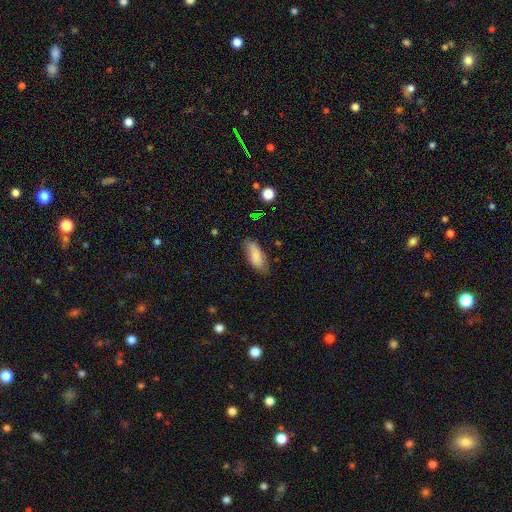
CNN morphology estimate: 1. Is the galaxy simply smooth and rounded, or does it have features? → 83% smooth, 10% featured or disk, 7% star or artifact.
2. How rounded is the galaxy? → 80% in between, 18% cigar-shaped, 2% round.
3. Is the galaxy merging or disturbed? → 74% none, 21% minor disturbance, 4% major disturbance, 2% merger.